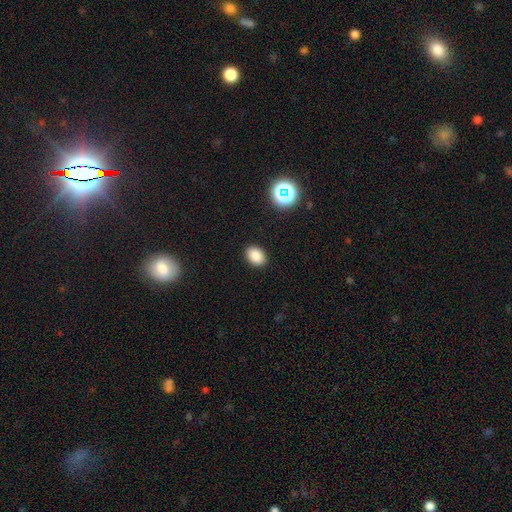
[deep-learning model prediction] Smooth or featured? smooth (85%)
How rounded? in between (75%)
Merging? none (90%)